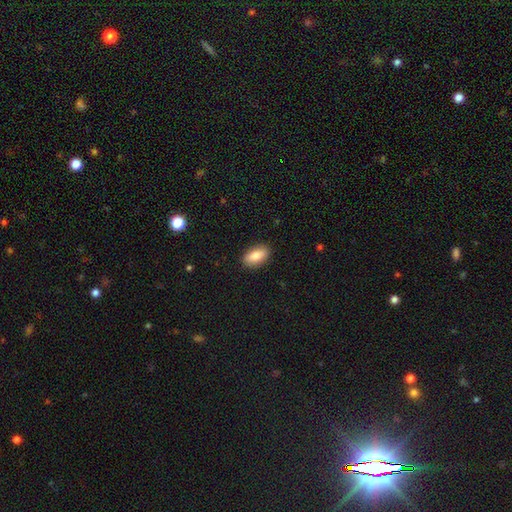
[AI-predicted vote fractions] The model was most divided on "smooth or featured": smooth: 82%, featured or disk: 11%, star or artifact: 7%. More confident: how rounded — in between (90%); merging — none (88%).